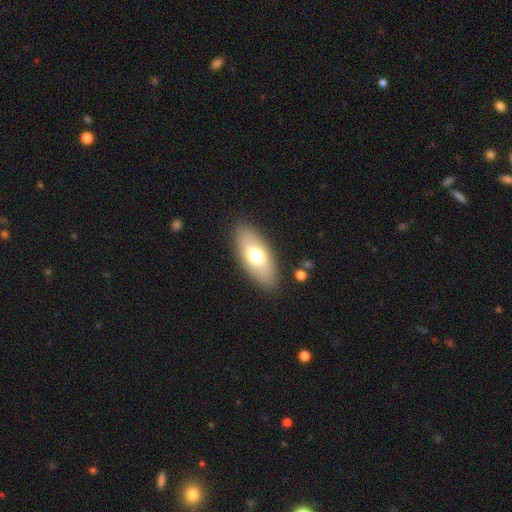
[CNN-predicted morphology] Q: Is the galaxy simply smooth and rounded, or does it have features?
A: smooth — 67%.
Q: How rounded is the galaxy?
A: in between — 87%.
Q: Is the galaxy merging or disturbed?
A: none — 86%.